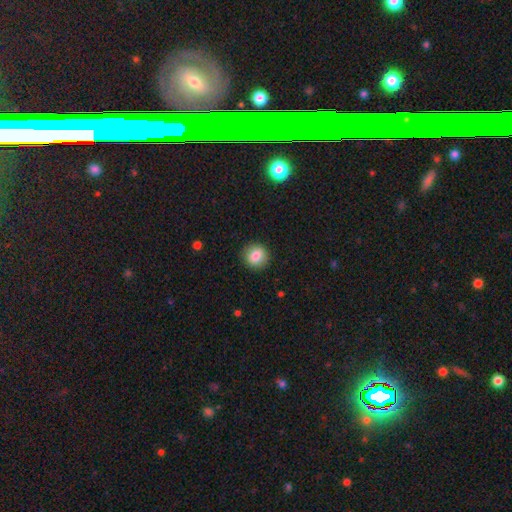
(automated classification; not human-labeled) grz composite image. It shows a smooth galaxy with no disk features (83%) that is round (89%). Merging: none (91%).